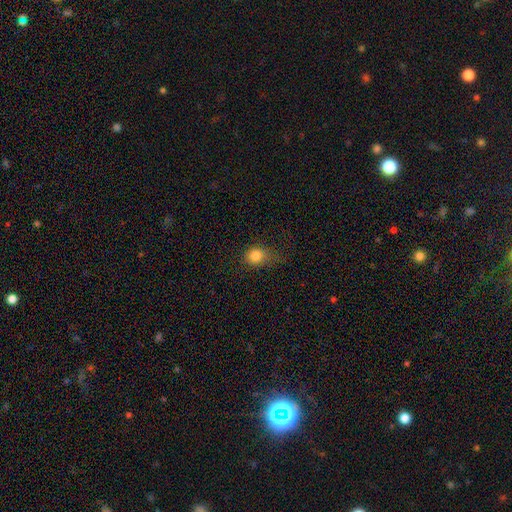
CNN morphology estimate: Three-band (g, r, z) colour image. It shows a smooth galaxy with no disk features (82%) that is round (69%). Merging: none (54%).